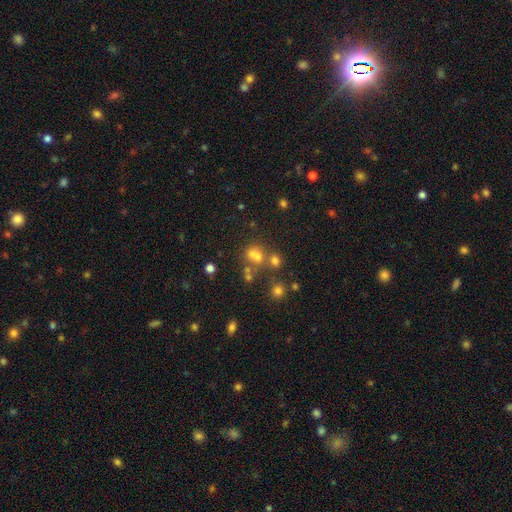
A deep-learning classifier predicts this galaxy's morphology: Smooth or featured: smooth — 55% (star or artifact — 30%)
How rounded: round — 70% (in between — 28%)
Merging: none — 45% (merger — 39%)